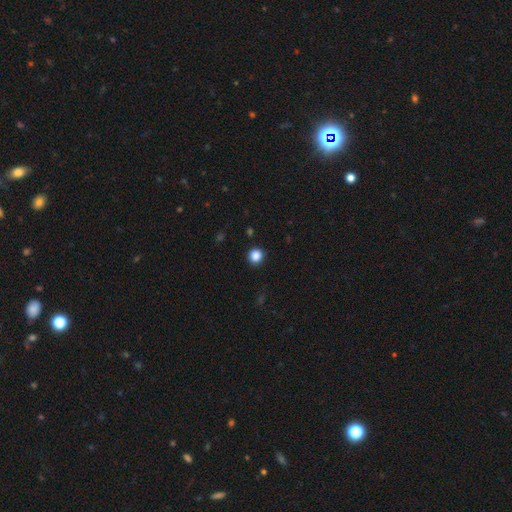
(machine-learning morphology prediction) A smooth galaxy with no disk features (86%) that is round (94%). Merging: none (92%).